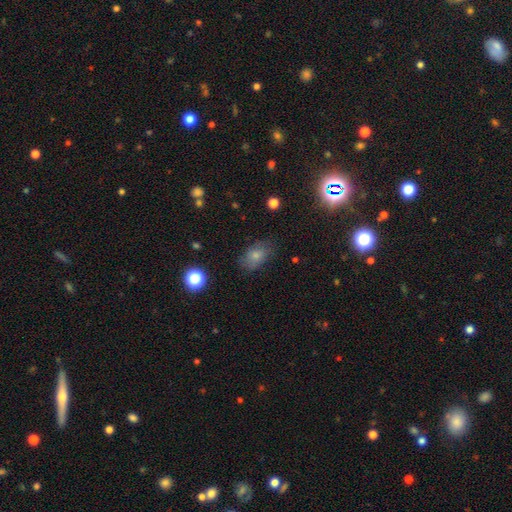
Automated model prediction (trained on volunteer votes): The model was most divided on "merging": none: 72%, minor disturbance: 20%, major disturbance: 7%, merger: 2%. More confident: how rounded — in between (86%); smooth or featured — smooth (75%).